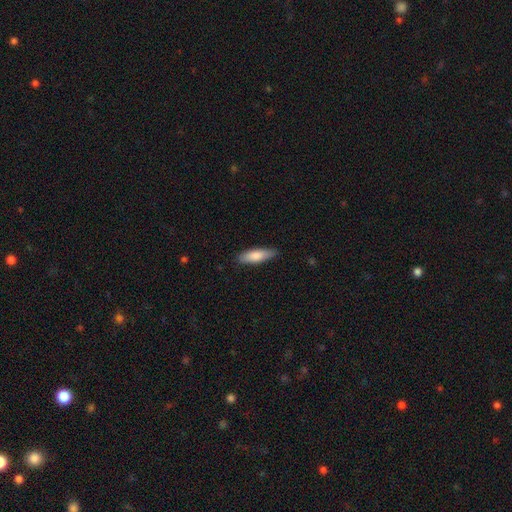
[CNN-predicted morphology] Overall: smooth (81%). How rounded: in between (50%; cigar-shaped 49%). Merging: none (85%).